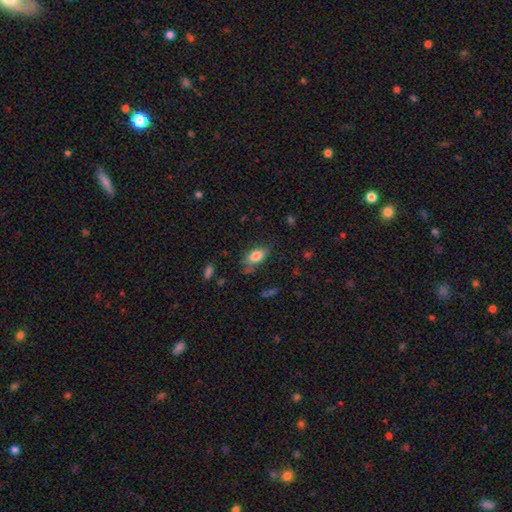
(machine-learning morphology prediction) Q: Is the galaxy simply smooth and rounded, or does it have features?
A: smooth — 80%.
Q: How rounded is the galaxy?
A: in between — 87%.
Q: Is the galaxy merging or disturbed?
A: none — 66%.